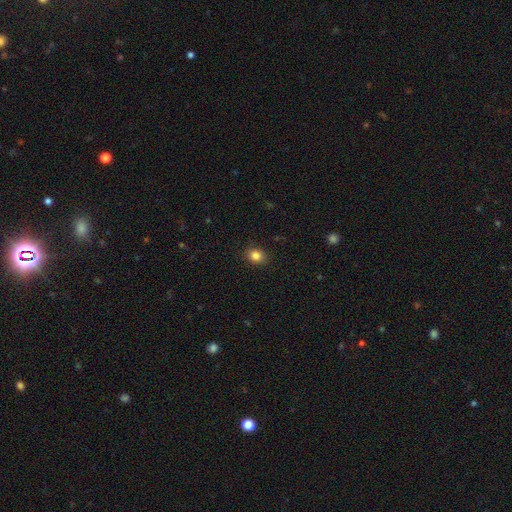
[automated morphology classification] A smooth galaxy with no disk features (85%) that is round (50%). Merging: none (89%).